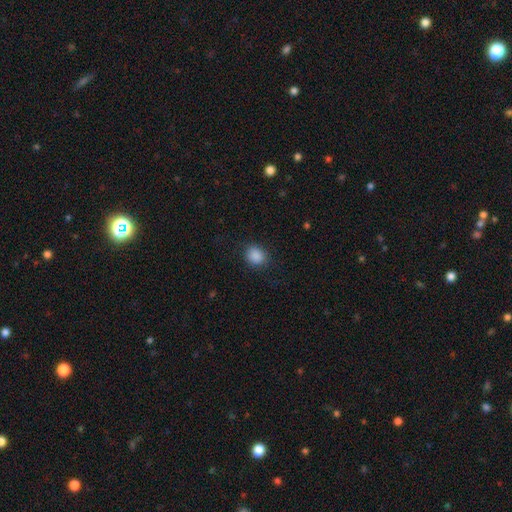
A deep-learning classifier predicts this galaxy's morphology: This is clearly a smooth galaxy (88%). How rounded: likely round (66%). Merging: clearly none (85%).